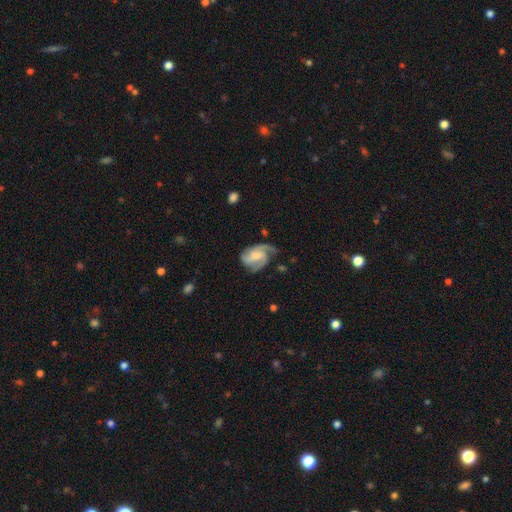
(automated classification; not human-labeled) smooth-or-featured: featured or disk: 79% | smooth: 15% | star or artifact: 6%
  disk-edge-on: no: 98% | yes: 2%
    bar: no: 49% | weak: 39% | strong: 11%
    has-spiral-arms: yes: 95% | no: 5%
      spiral-winding: medium: 48% | tight: 33% | loose: 19%
      spiral-arm-count: 3: 53% | 2: 20% | can't tell: 11% | 4: 8% | 1: 5% | more than 4: 3%
    bulge-size: moderate: 37% | small: 36% | none: 17% | large: 8% | dominant: 2%
  merging: none: 51% | minor disturbance: 26% | major disturbance: 21% | merger: 3%